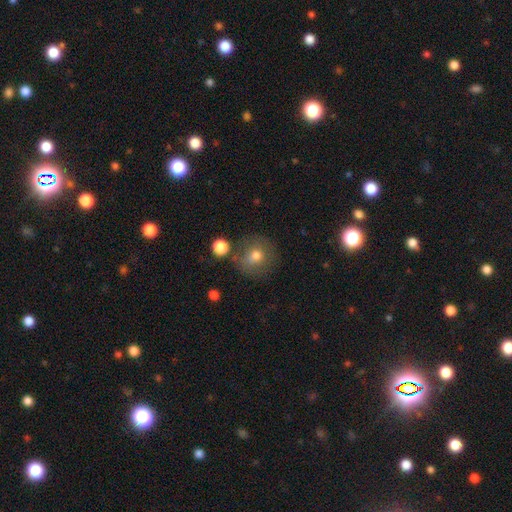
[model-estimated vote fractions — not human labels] smooth_or_featured: smooth (p=0.73) [alt: featured or disk p=0.16]
how_rounded: round (p=0.86) [alt: in between p=0.13]
merging: none (p=0.72) [alt: minor disturbance p=0.15]